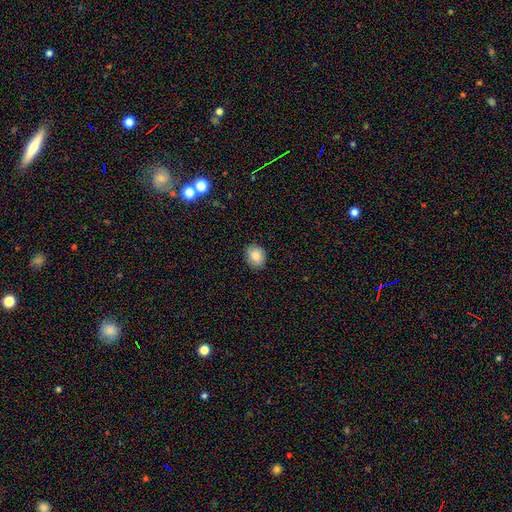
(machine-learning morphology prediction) This is clearly a smooth galaxy (82%). How rounded: likely round (64%). Merging: clearly none (87%).